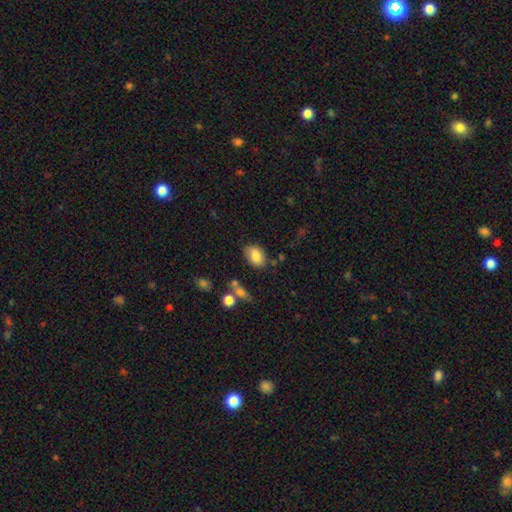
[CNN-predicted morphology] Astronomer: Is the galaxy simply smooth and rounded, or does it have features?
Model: smooth — 82%.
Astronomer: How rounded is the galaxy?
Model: in between — 82%.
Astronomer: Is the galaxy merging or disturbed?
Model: none — 77%.